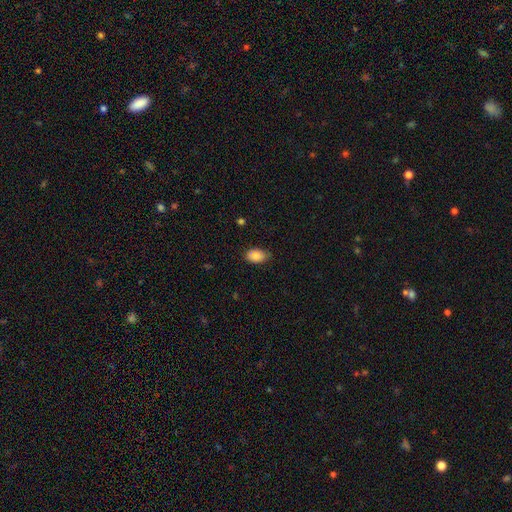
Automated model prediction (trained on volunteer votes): Smooth or featured?
  - smooth: 83% *
  - featured or disk: 9%
  - star or artifact: 8%
How rounded?
  - in between: 88% *
  - round: 11%
  - cigar-shaped: 1%
Merging?
  - none: 77% *
  - minor disturbance: 19%
  - major disturbance: 3%
  - merger: 1%